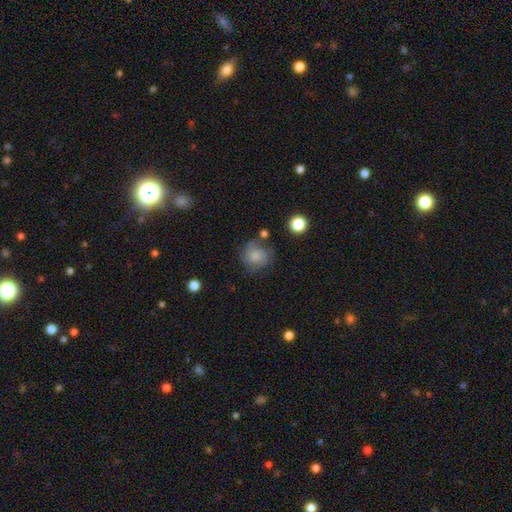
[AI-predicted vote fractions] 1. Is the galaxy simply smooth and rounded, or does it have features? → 51% smooth, 39% featured or disk, 10% star or artifact.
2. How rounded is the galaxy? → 81% round, 18% in between, 1% cigar-shaped.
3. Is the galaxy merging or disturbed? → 61% none, 23% minor disturbance, 12% major disturbance, 5% merger.